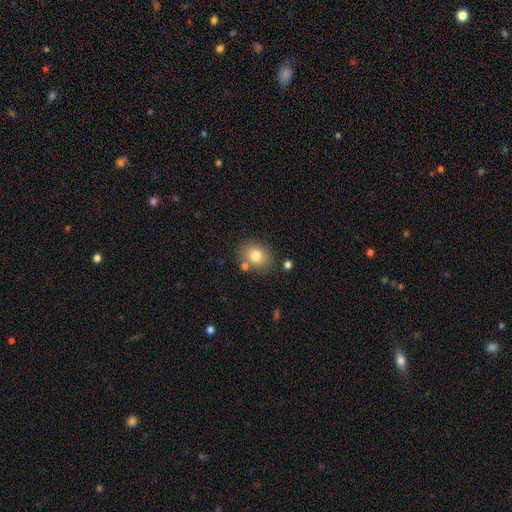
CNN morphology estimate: A smooth galaxy with no disk features (78%) that is round (50%).

Vote fractions:
- Smooth or featured? smooth: 78% / featured or disk: 11% / star or artifact: 11%
- How rounded? round: 50% / in between: 49% / cigar-shaped: 1%
- Merging? none: 77% / minor disturbance: 12% / merger: 8% / major disturbance: 3%